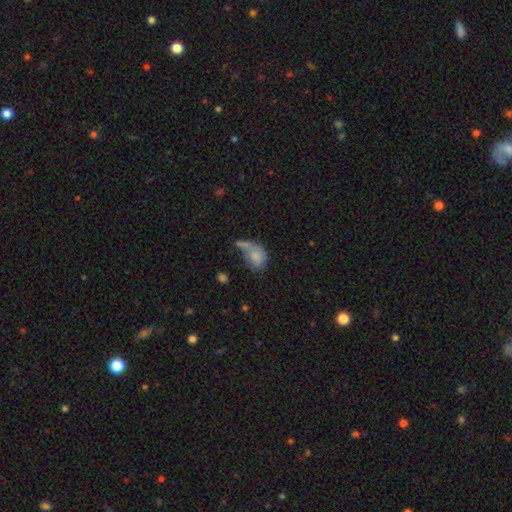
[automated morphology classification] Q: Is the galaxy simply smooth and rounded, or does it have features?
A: smooth — 72%.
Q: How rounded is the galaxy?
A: in between — 68%.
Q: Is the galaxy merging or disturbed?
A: merger — 31%.